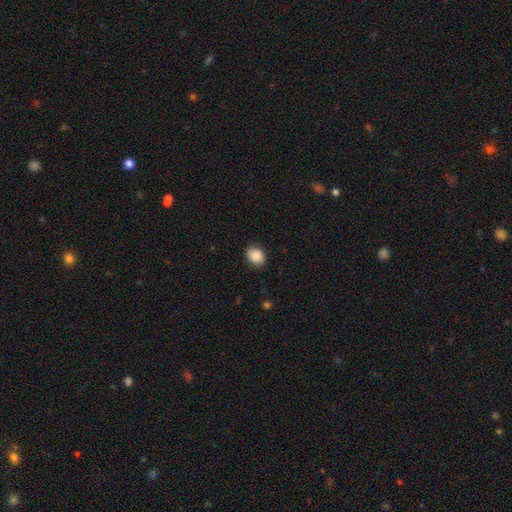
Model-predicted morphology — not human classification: type=smooth (88%); roundness=in between (65%); merging=none (85%).